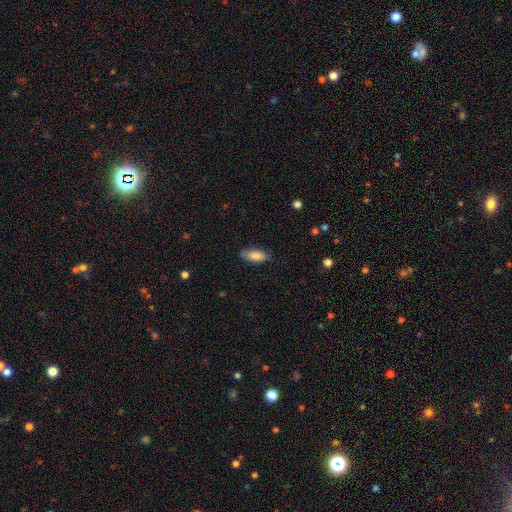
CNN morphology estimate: smooth-or-featured: smooth: 85% | featured or disk: 9% | star or artifact: 6%
  how-rounded: in between: 84% | cigar-shaped: 14% | round: 2%
  merging: none: 80% | minor disturbance: 16% | major disturbance: 3% | merger: 1%